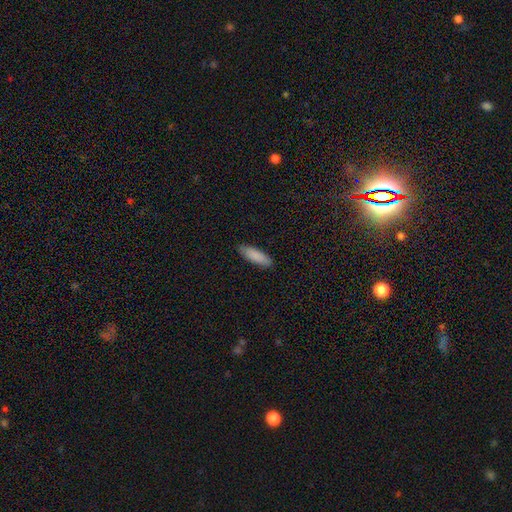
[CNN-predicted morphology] This appears to be a smooth galaxy with no disk features (88%) that is in between round and cigar-shaped (50%). Merging: none (88%).